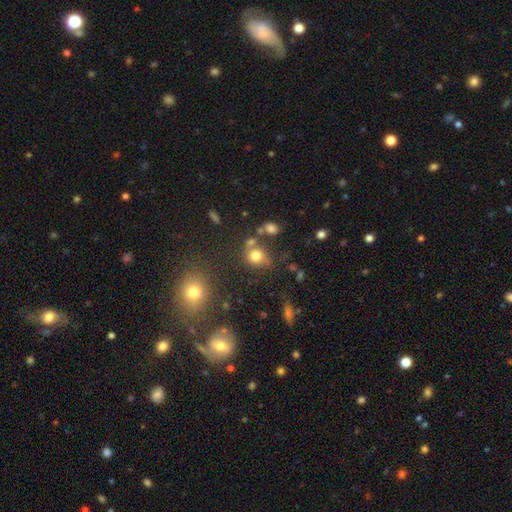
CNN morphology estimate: smooth_or_featured: smooth (p=0.75) [alt: star or artifact p=0.16]
how_rounded: round (p=0.76) [alt: in between p=0.22]
merging: none (p=0.57) [alt: merger p=0.19]